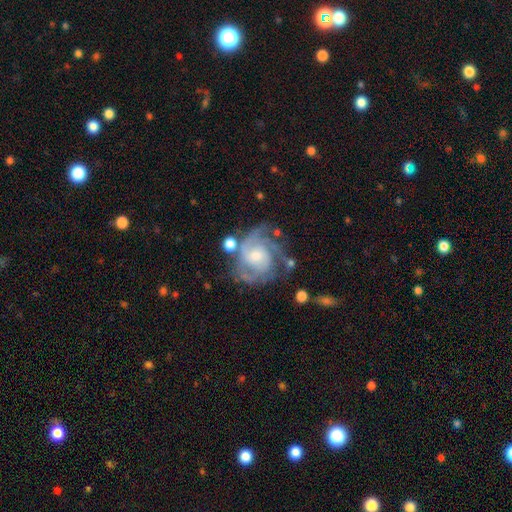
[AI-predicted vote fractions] This is clearly a featured or disk galaxy (87%). It is clearly not viewed edge-on (98%). Bar: likely no (69%). Spiral arm pattern: clearly yes (96%). Spiral arm count: marginally 3 (36%). Spiral winding: possibly tight (54%). Central bulge: possibly small (49%). Merging: possibly none (58%).